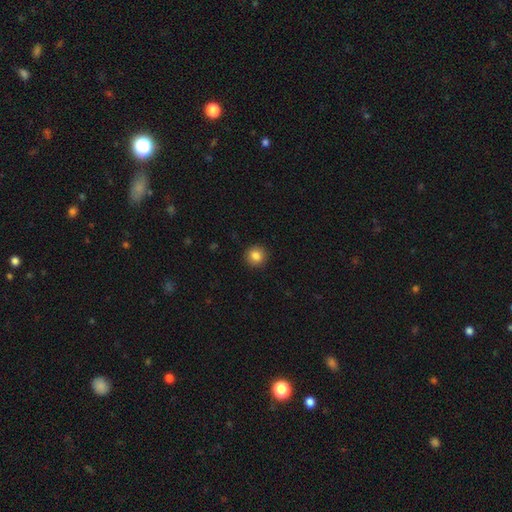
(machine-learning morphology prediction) smooth 85%, star or artifact 10%, featured or disk 5%. Down the decision tree: how rounded — round (93%); merging — none (92%).